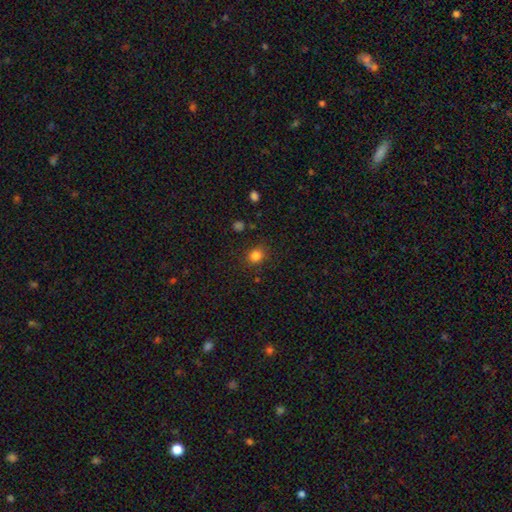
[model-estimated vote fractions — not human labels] smooth-or-featured: smooth: 83% | star or artifact: 13% | featured or disk: 4%
  how-rounded: round: 75% | in between: 24% | cigar-shaped: 1%
  merging: none: 86% | minor disturbance: 9% | major disturbance: 3% | merger: 2%